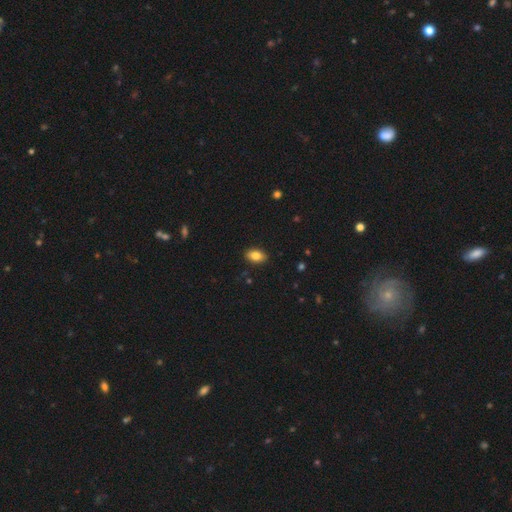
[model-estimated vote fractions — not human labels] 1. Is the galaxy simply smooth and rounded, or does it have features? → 83% smooth, 8% featured or disk, 8% star or artifact.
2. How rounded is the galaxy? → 89% in between, 9% round, 2% cigar-shaped.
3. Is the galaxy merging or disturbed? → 88% none, 9% minor disturbance, 2% major disturbance, 1% merger.